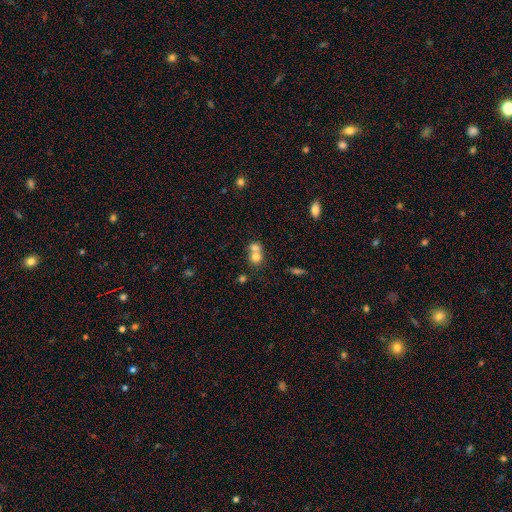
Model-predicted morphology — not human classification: A smooth galaxy with no disk features (72%) that is round (74%).

Vote fractions:
- Smooth or featured? smooth: 72% / featured or disk: 16% / star or artifact: 11%
- How rounded? round: 74% / in between: 25% / cigar-shaped: 1%
- Merging? merger: 65% / none: 27% / minor disturbance: 5% / major disturbance: 3%